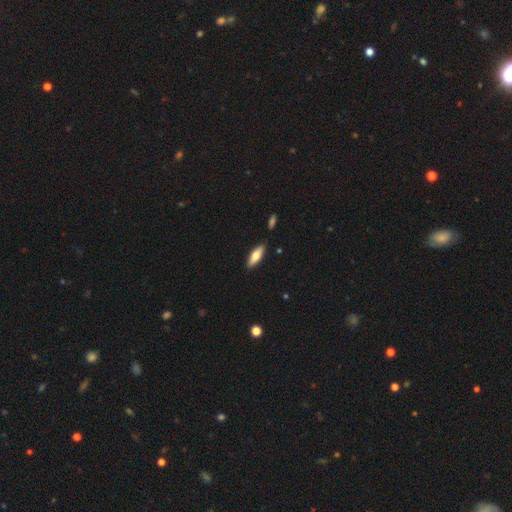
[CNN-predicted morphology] This is likely a smooth galaxy (70%). How rounded: likely in between (62%). Merging: clearly none (87%).